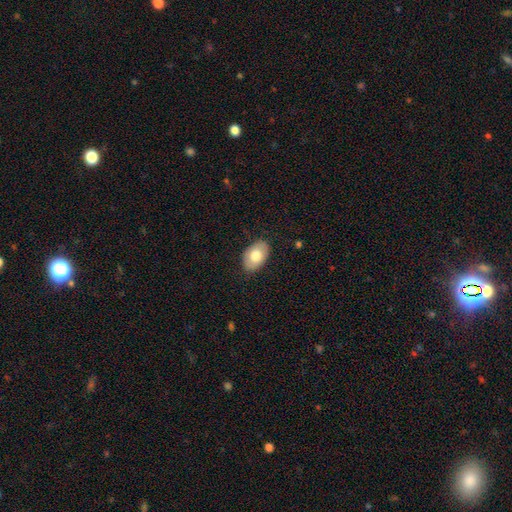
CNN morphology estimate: Smooth or featured? smooth (75%)
How rounded? in between (90%)
Merging? none (85%)